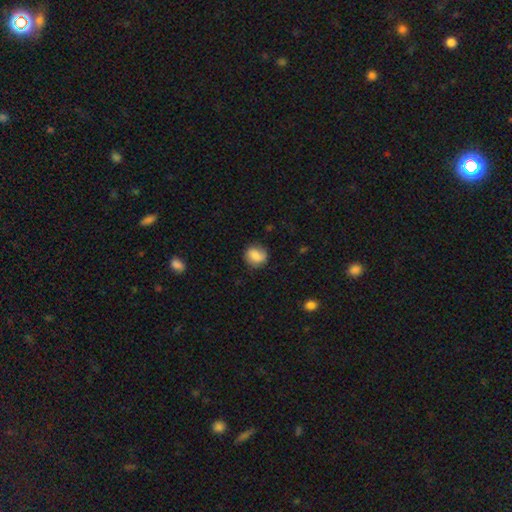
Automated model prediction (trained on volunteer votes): Q: Smooth or featured?
A: smooth (73%); runner-up: featured or disk (19%)
Q: How rounded?
A: round (70%); runner-up: in between (29%)
Q: Merging?
A: none (75%); runner-up: minor disturbance (19%)